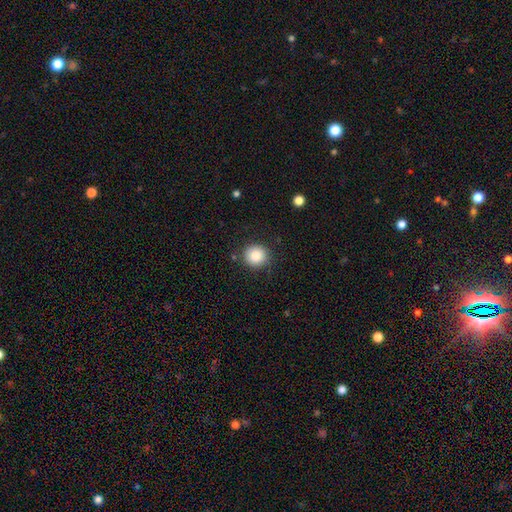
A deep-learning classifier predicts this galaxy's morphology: Smooth or featured? smooth (86%)
How rounded? round (91%)
Merging? none (86%)